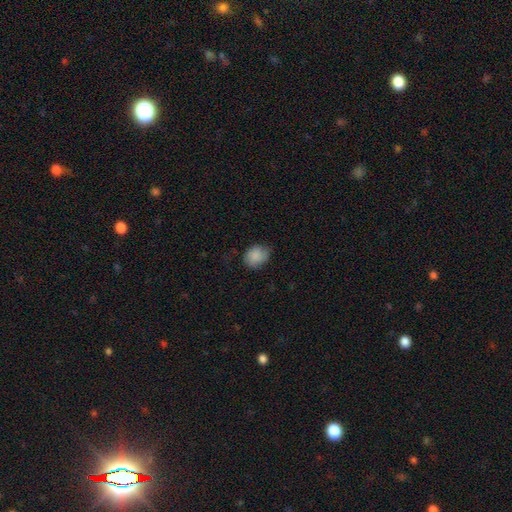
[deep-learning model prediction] Smooth or featured: smooth — 85% (featured or disk — 8%)
How rounded: in between — 51% (round — 48%)
Merging: none — 66% (minor disturbance — 26%)